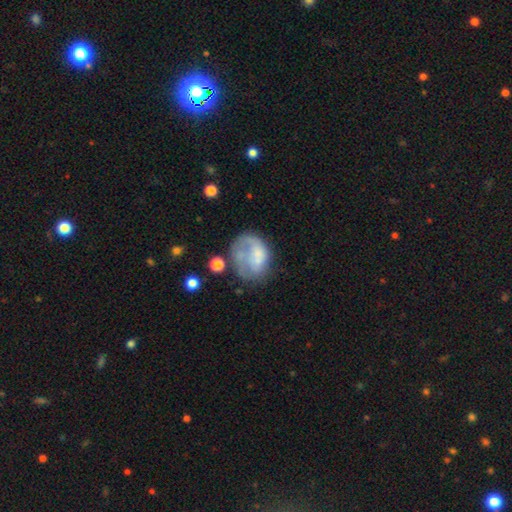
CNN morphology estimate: Q: Smooth or featured?
A: smooth (48%); runner-up: featured or disk (43%)
Q: Merging?
A: none (34%); runner-up: major disturbance (32%)